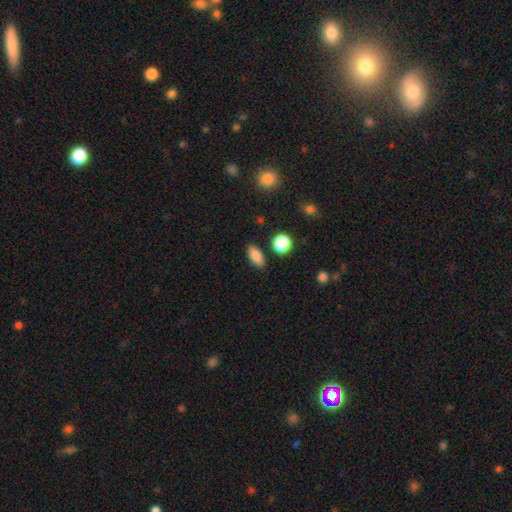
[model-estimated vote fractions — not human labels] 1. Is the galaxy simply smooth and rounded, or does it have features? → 83% smooth, 9% star or artifact, 8% featured or disk.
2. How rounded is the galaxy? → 79% in between, 12% cigar-shaped, 8% round.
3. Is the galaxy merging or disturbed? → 86% none, 9% minor disturbance, 3% merger, 2% major disturbance.